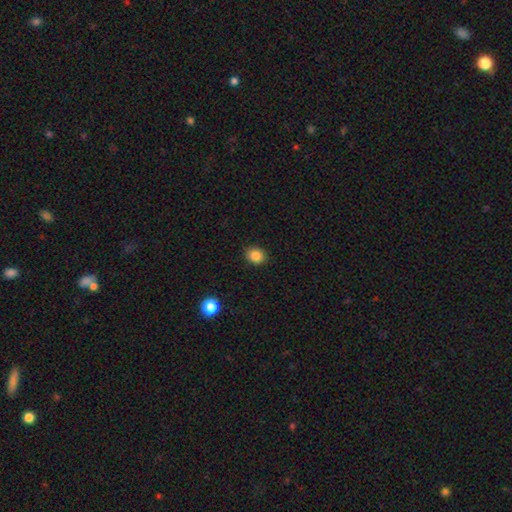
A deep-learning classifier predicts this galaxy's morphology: Smooth or featured? Predicted: smooth (p=0.86). How rounded? Predicted: round (p=0.66). Merging? Predicted: none (p=0.90).